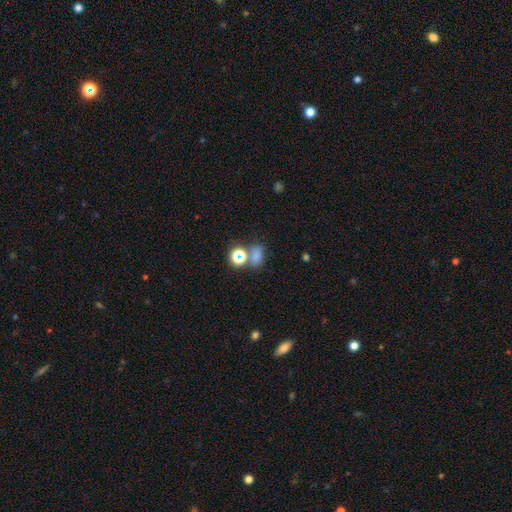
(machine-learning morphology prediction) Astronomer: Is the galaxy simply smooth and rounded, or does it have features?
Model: smooth — 66%.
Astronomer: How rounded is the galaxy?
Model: in between — 65%.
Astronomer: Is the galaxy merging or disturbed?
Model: none — 56%.